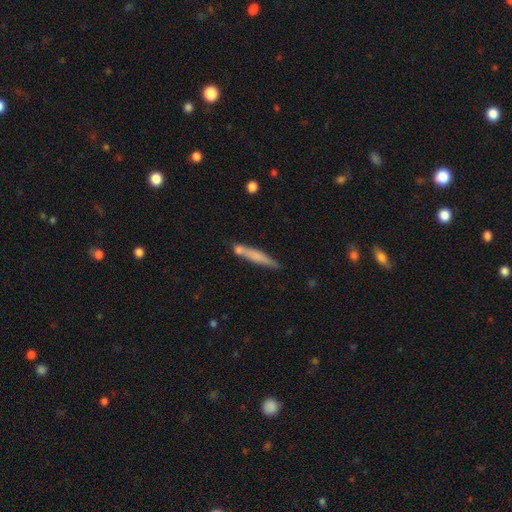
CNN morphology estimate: The model was most divided on "smooth or featured": smooth: 63%, featured or disk: 30%, star or artifact: 6%. More confident: how rounded — cigar-shaped (92%); merging — none (68%).